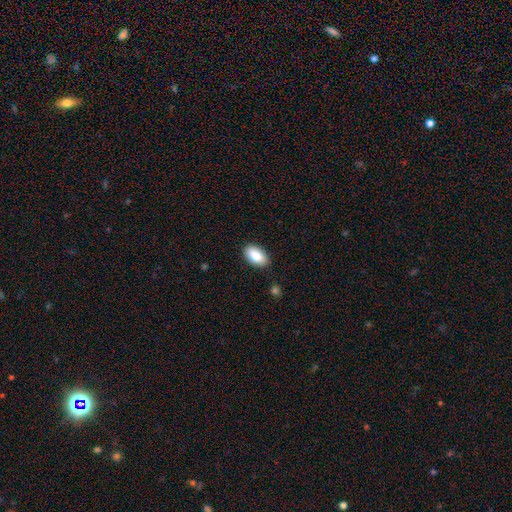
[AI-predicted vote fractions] Smooth or featured? Predicted: smooth (p=0.87). How rounded? Predicted: in between (p=0.94). Merging? Predicted: none (p=0.88).